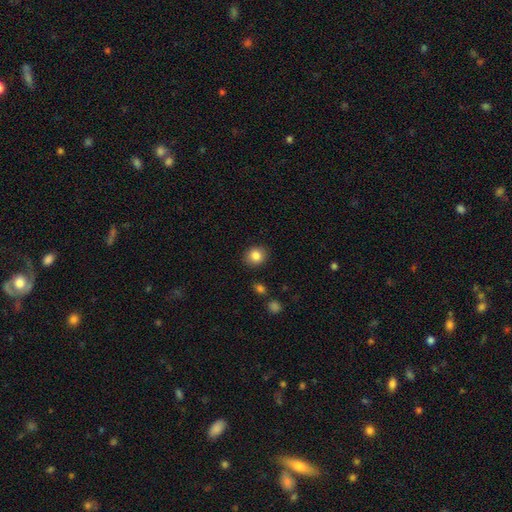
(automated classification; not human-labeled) A smooth galaxy with no disk features (85%) that is round (78%).

Vote fractions:
- Smooth or featured? smooth: 85% / star or artifact: 10% / featured or disk: 6%
- How rounded? round: 78% / in between: 21% / cigar-shaped: 1%
- Merging? none: 90% / minor disturbance: 7% / major disturbance: 2% / merger: 1%